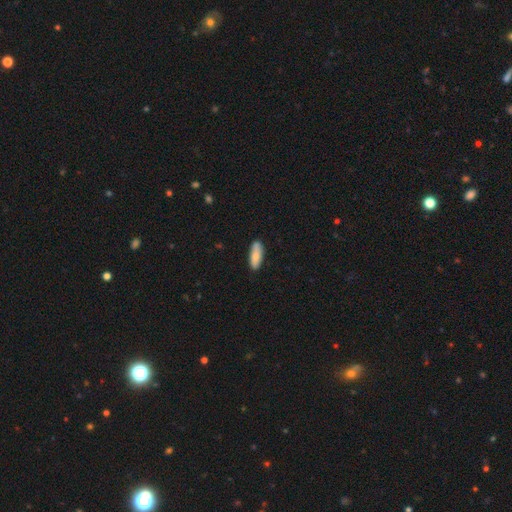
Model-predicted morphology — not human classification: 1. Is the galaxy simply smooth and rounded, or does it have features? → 80% smooth, 14% featured or disk, 6% star or artifact.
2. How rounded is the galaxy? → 61% in between, 37% cigar-shaped, 2% round.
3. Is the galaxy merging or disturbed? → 83% none, 13% minor disturbance, 2% major disturbance, 2% merger.